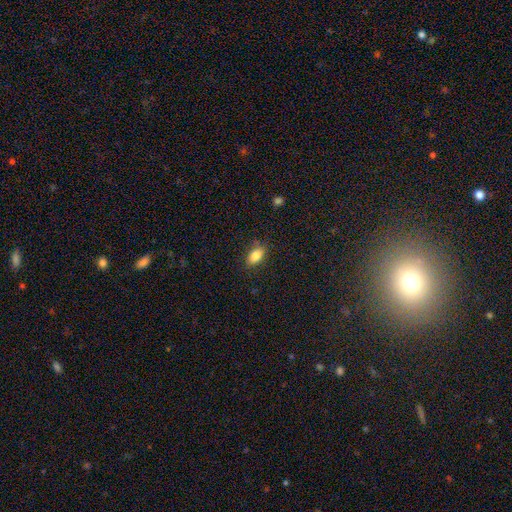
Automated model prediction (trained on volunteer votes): Smooth or featured? Predicted: smooth (p=0.84). How rounded? Predicted: in between (p=0.89). Merging? Predicted: none (p=0.82).